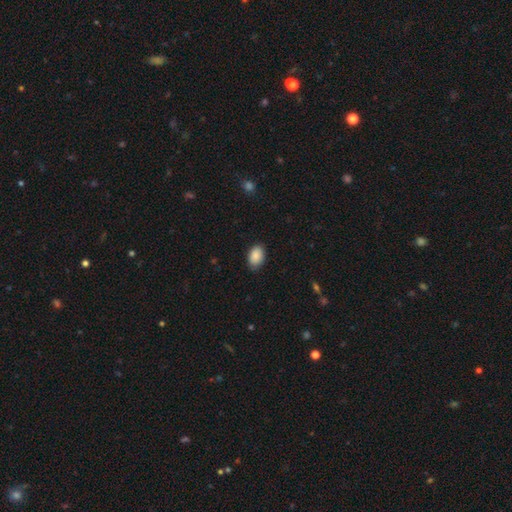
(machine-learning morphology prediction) A smooth galaxy with no disk features (89%) that is in between round and cigar-shaped (86%).

Vote fractions:
- Smooth or featured? smooth: 89% / star or artifact: 7% / featured or disk: 5%
- How rounded? in between: 86% / round: 12% / cigar-shaped: 1%
- Merging? none: 83% / minor disturbance: 14% / major disturbance: 2% / merger: 1%